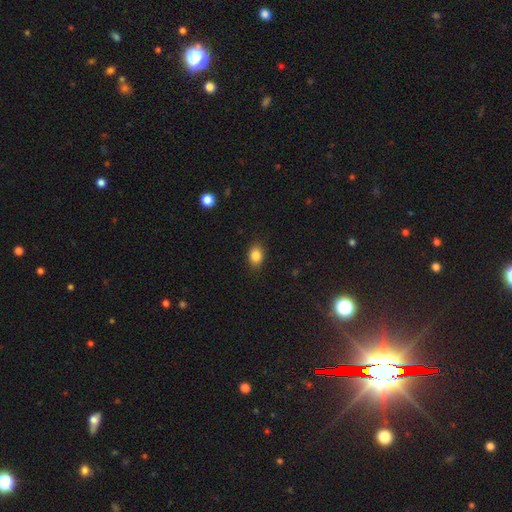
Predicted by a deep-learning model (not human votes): Smooth or featured? smooth (85%)
How rounded? in between (65%)
Merging? none (86%)